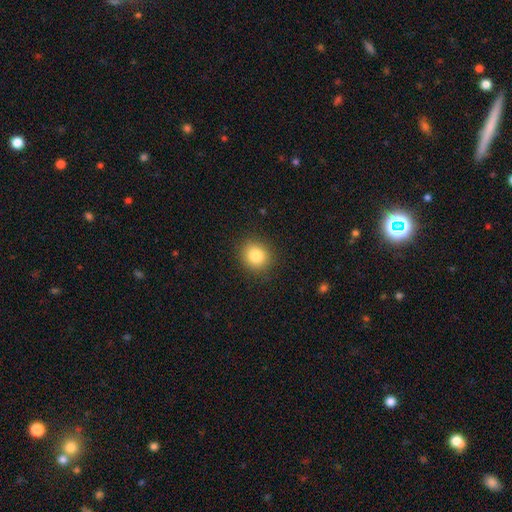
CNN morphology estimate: This appears to be a smooth galaxy with no disk features (83%) that is round (78%). Merging: none (89%).